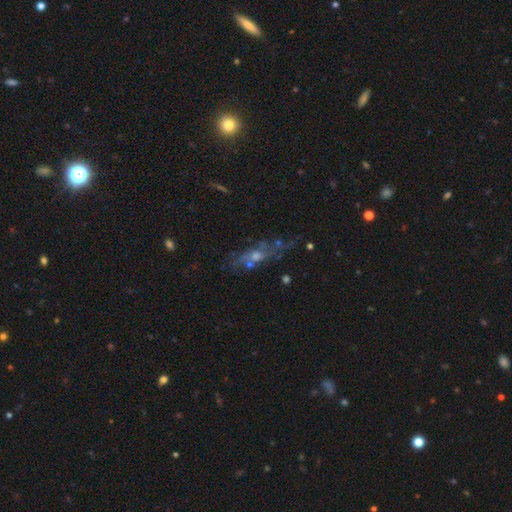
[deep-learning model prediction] This is possibly a featured or disk galaxy (55%). It is likely not viewed edge-on (67%). Merging: possibly none (53%).